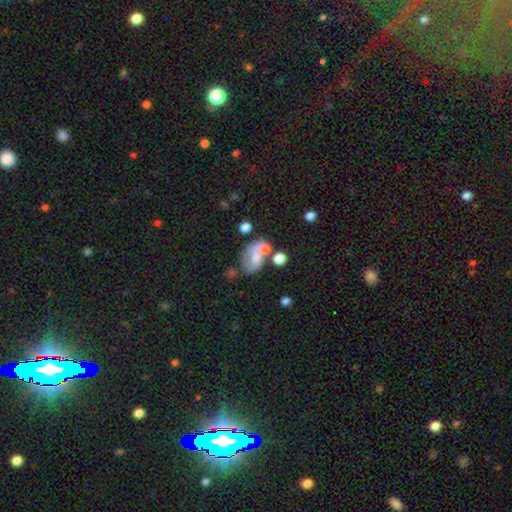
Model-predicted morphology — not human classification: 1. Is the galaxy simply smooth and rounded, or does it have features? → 51% smooth, 37% featured or disk, 11% star or artifact.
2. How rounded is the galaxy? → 78% in between, 20% round, 2% cigar-shaped.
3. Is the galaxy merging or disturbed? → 33% merger, 31% none, 20% minor disturbance, 16% major disturbance.